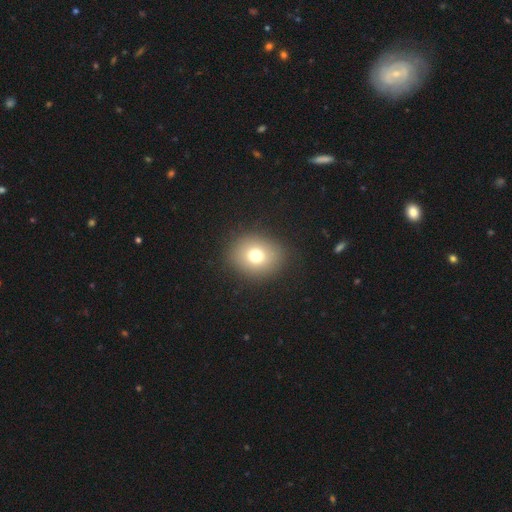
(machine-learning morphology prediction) smooth 74%, star or artifact 14%, featured or disk 12%. Down the decision tree: how rounded — round (68%); merging — none (89%).